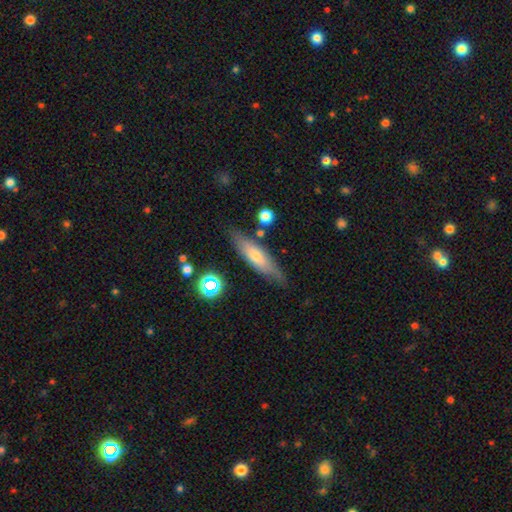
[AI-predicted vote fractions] Overall: smooth (57%; featured or disk 36%). How rounded: cigar-shaped (67%; in between 31%). Merging: none (79%).